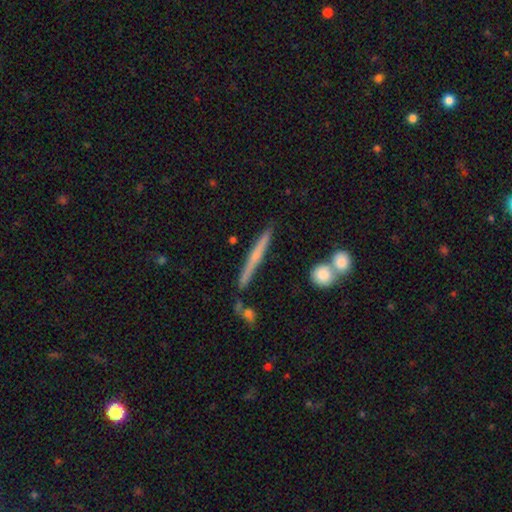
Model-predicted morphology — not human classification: A featured or disk galaxy (58%) viewed edge-on (96%) with a rounded central bulge (50%). Merging: none (82%).